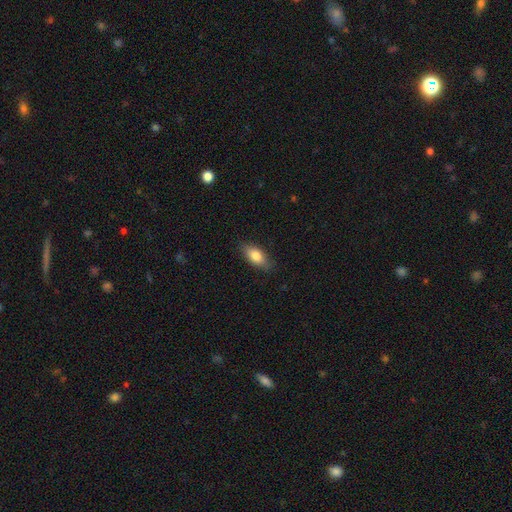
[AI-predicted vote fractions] Smooth or featured: smooth — 82% (featured or disk — 12%)
How rounded: in between — 86% (cigar-shaped — 10%)
Merging: none — 83% (minor disturbance — 13%)